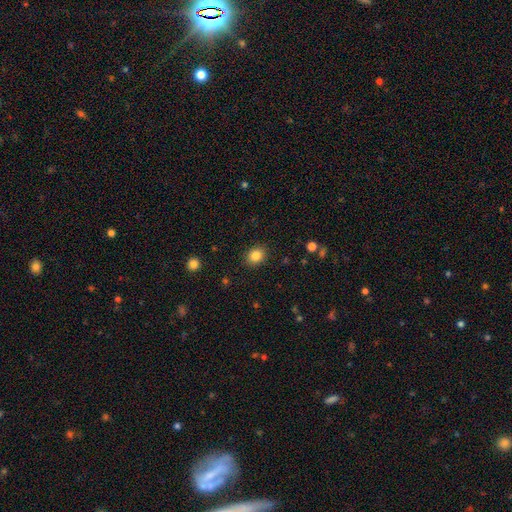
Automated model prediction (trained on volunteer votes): Smooth or featured? Predicted: smooth (p=0.84). How rounded? Predicted: round (p=0.61). Merging? Predicted: none (p=0.89).